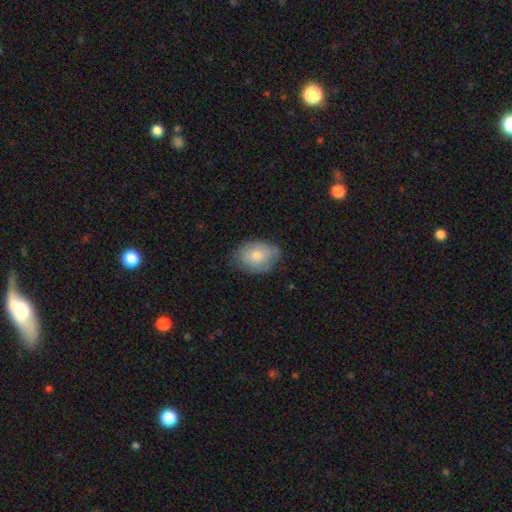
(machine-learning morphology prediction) Smooth or featured? smooth (74%)
How rounded? in between (72%)
Merging? none (69%)